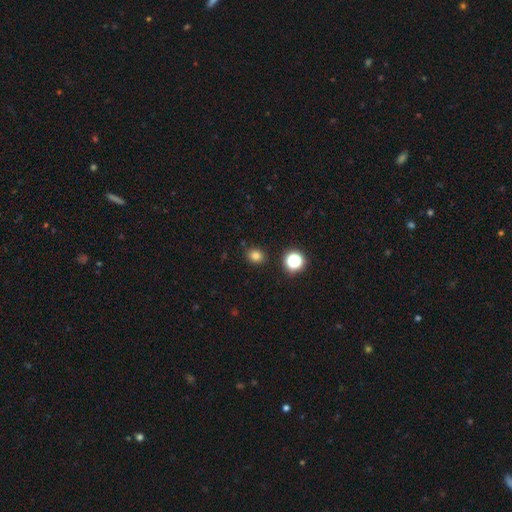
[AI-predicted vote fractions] Smooth or featured? Predicted: smooth (p=0.79). How rounded? Predicted: round (p=0.65). Merging? Predicted: none (p=0.87).